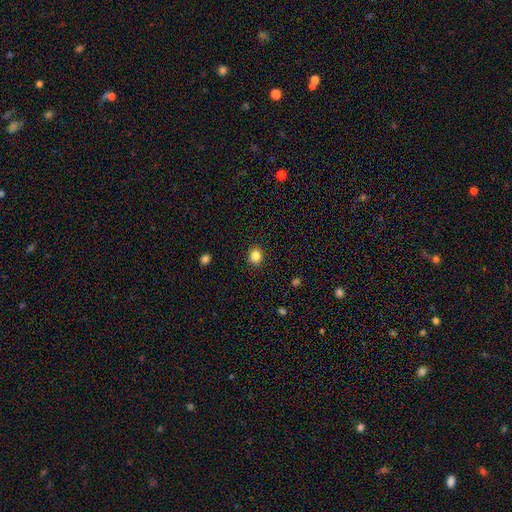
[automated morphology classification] type=smooth (84%); roundness=round (82%); merging=none (91%).